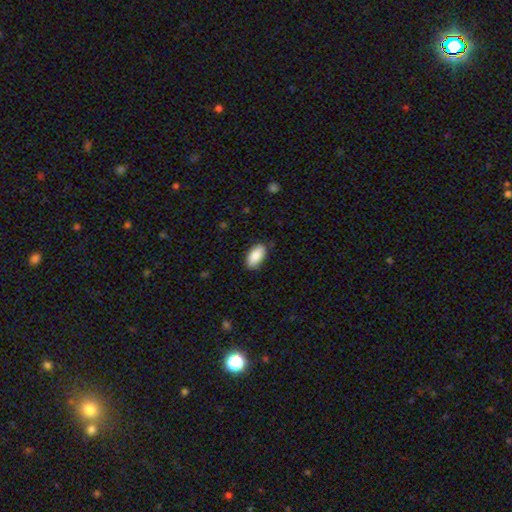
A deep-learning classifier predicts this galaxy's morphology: Smooth or featured? Predicted: smooth (p=0.87). How rounded? Predicted: in between (p=0.93). Merging? Predicted: none (p=0.86).